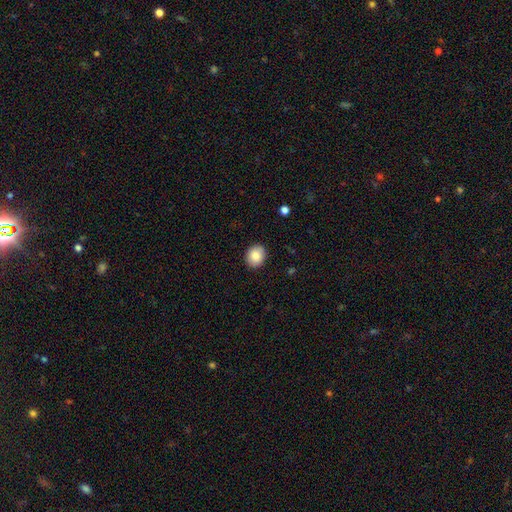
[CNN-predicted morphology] A smooth galaxy with no disk features (85%) that is round (68%). Merging: none (90%).